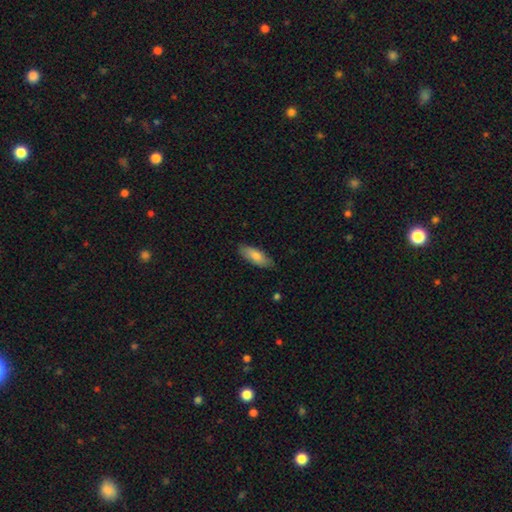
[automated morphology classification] smooth_or_featured: smooth (p=0.78) [alt: featured or disk p=0.16]
how_rounded: in between (p=0.68) [alt: cigar-shaped p=0.30]
merging: none (p=0.83) [alt: minor disturbance p=0.13]